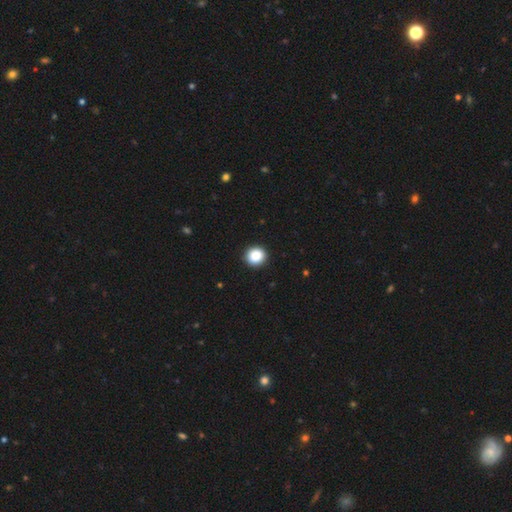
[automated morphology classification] Smooth or featured?
  - smooth: 87% *
  - star or artifact: 9%
  - featured or disk: 3%
How rounded?
  - round: 90% *
  - in between: 9%
  - cigar-shaped: 1%
Merging?
  - none: 92% *
  - minor disturbance: 5%
  - major disturbance: 2%
  - merger: 1%